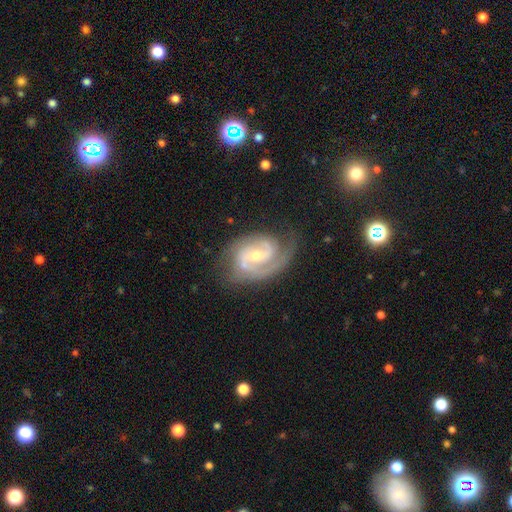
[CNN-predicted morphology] Overall: featured or disk (89%). Edge-on disk: no (97%). Bar: weak (43%; no 42%). Spiral arms: yes (97%). Spiral arm count: 2 (70%). Spiral winding: tight (46%; medium 44%). Bulge size: small (49%; moderate 47%). Merging: none (67%).